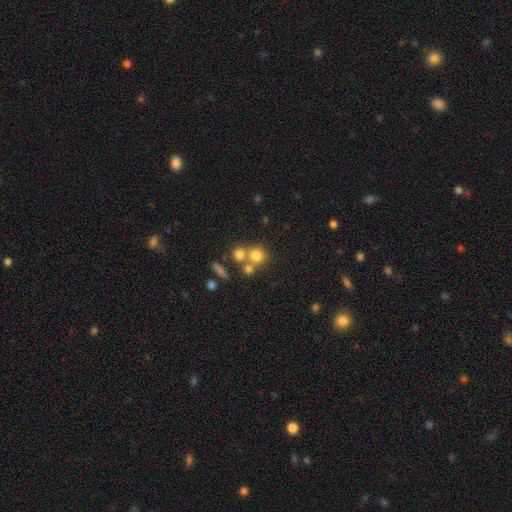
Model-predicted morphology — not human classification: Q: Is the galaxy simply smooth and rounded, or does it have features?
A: smooth — 73%.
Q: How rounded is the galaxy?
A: round — 85%.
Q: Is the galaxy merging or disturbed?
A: none — 50%.